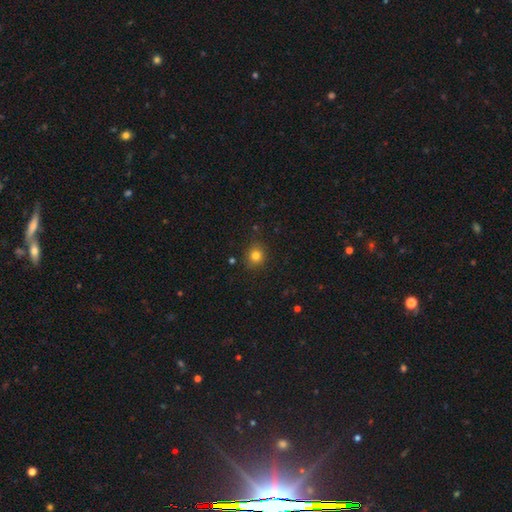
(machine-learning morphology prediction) The model was most divided on "how rounded": round: 79%, in between: 20%, cigar-shaped: 1%. More confident: merging — none (86%); smooth or featured — smooth (80%).